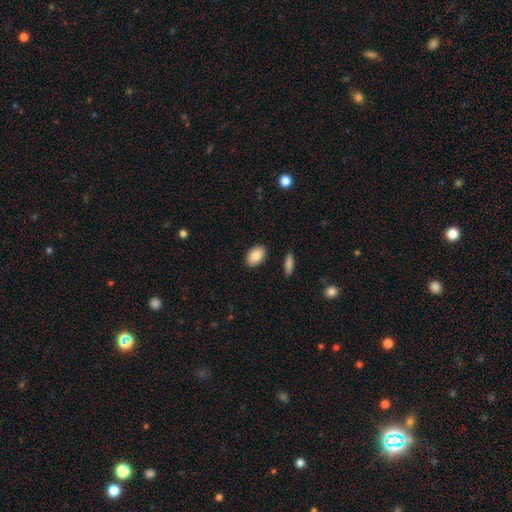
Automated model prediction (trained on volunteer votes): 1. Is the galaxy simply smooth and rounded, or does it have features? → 86% smooth, 7% featured or disk, 7% star or artifact.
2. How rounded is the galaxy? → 91% in between, 8% round, 2% cigar-shaped.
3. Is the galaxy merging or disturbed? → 88% none, 8% minor disturbance, 2% major disturbance, 2% merger.